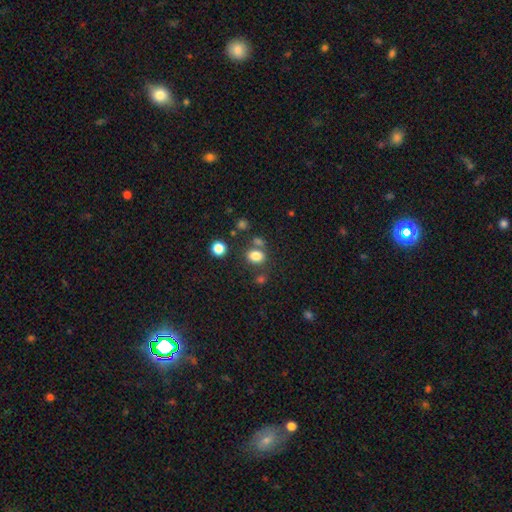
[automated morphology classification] This appears to be a smooth galaxy with no disk features (80%) that is in between round and cigar-shaped (57%). Merging: none (66%).